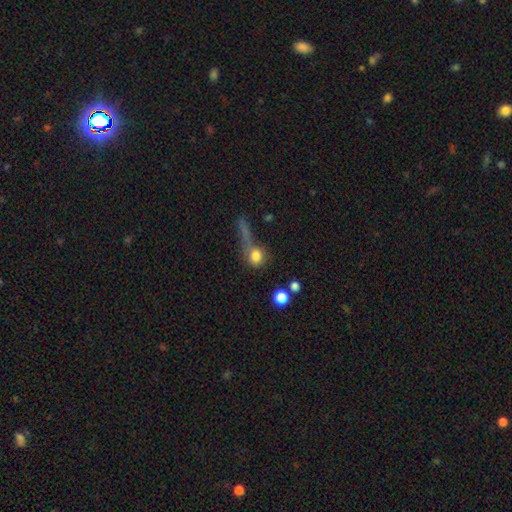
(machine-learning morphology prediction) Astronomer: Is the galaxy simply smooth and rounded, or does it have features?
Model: smooth — 76%.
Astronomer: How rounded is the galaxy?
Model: round — 64%.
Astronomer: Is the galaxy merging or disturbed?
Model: none — 40% (runner-up: merger, 23%).